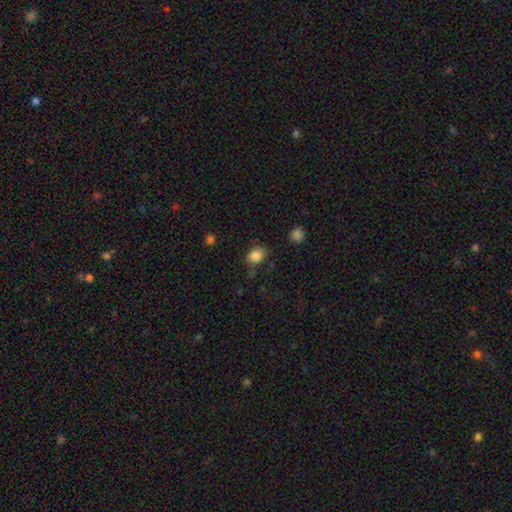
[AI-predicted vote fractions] A smooth galaxy with no disk features (84%) that is in between round and cigar-shaped (51%). Merging: none (68%).